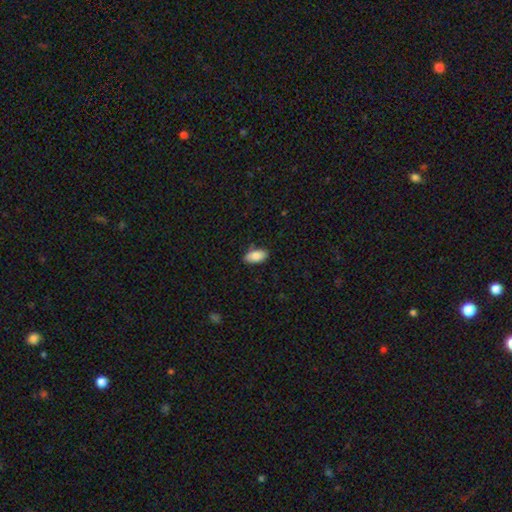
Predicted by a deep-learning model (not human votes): Smooth or featured? smooth (85%)
How rounded? in between (93%)
Merging? none (83%)